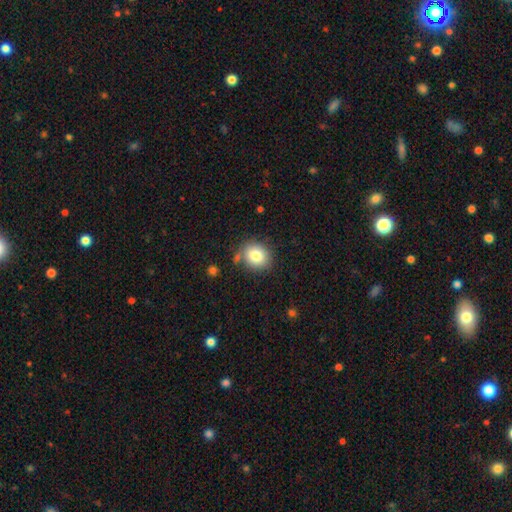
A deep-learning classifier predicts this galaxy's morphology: smooth_or_featured: smooth (p=0.81) [alt: star or artifact p=0.09]
how_rounded: round (p=0.66) [alt: in between p=0.33]
merging: none (p=0.78) [alt: minor disturbance p=0.13]